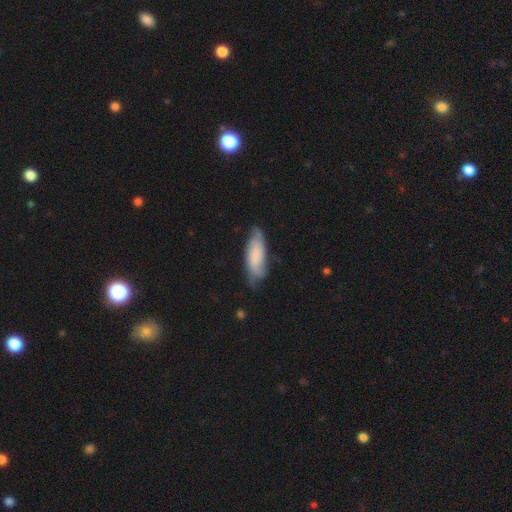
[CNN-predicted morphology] This appears to be a smooth galaxy with no disk features (61%) that is in between round and cigar-shaped (68%). Merging: none (60%).